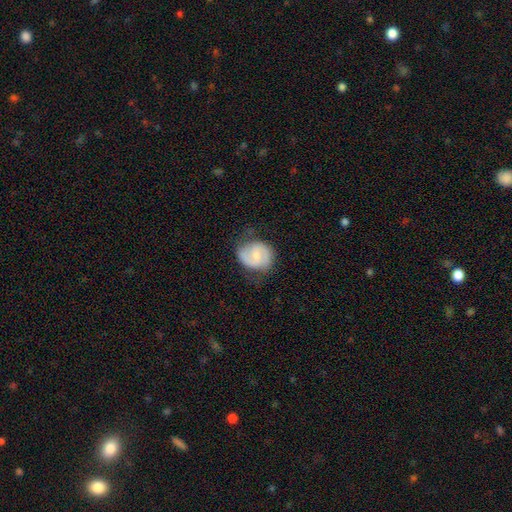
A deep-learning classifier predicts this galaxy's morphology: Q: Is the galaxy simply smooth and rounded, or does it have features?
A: featured or disk — 58%.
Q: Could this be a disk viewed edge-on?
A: no — 97%.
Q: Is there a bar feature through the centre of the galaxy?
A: weak — 49%.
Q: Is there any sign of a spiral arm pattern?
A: yes — 84%.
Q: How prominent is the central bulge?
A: small — 48%.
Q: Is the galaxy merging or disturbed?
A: none — 63%.